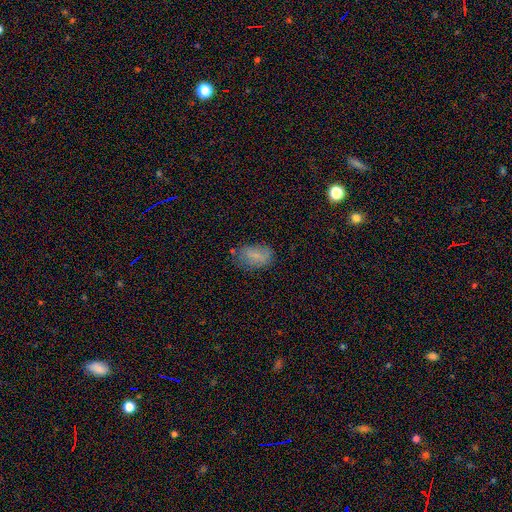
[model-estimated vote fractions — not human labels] Q: Smooth or featured?
A: smooth (69%); runner-up: featured or disk (19%)
Q: How rounded?
A: in between (90%); runner-up: round (8%)
Q: Merging?
A: none (63%); runner-up: minor disturbance (25%)